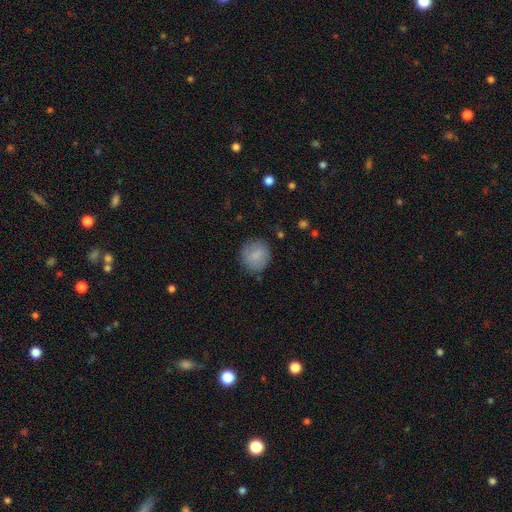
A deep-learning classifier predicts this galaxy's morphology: This appears to be a smooth galaxy with no disk features (83%) that is round (83%). Merging: none (82%).